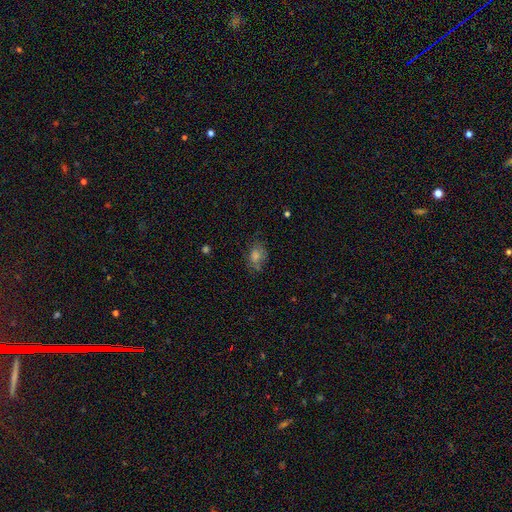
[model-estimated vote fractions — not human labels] This appears to be a smooth galaxy with no disk features (58%) that is in between round and cigar-shaped (65%). Merging: none (70%).